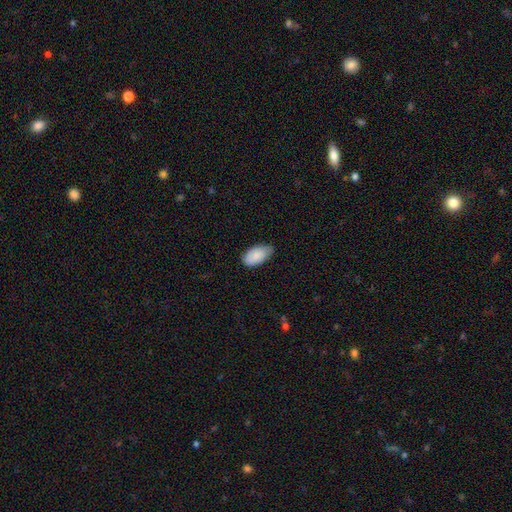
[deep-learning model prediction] The model was most divided on "merging": none: 64%, minor disturbance: 31%, major disturbance: 4%, merger: 1%. More confident: how rounded — in between (95%); smooth or featured — smooth (85%).